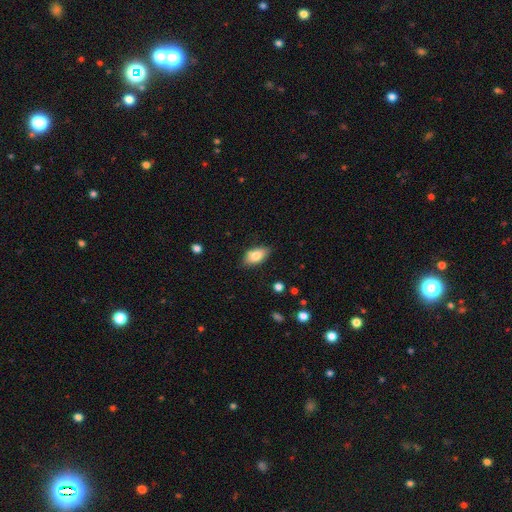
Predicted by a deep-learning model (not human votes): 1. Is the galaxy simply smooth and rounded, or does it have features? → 81% smooth, 12% featured or disk, 7% star or artifact.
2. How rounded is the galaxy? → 91% in between, 5% cigar-shaped, 4% round.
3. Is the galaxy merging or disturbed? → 80% none, 16% minor disturbance, 3% major disturbance, 2% merger.